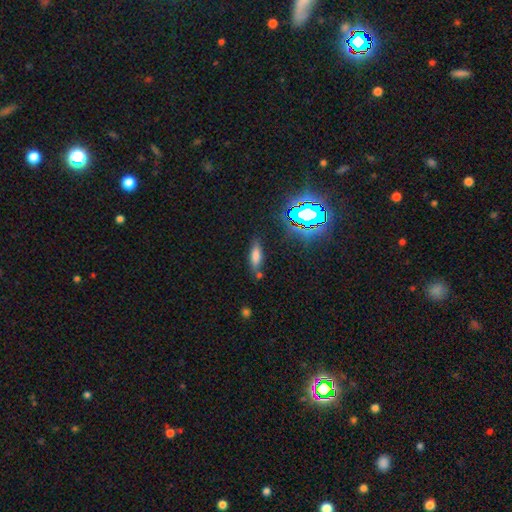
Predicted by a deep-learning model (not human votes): A smooth galaxy with no disk features (65%) that is in between round and cigar-shaped (48%, tied with cigar-shaped). Merging: none (69%).